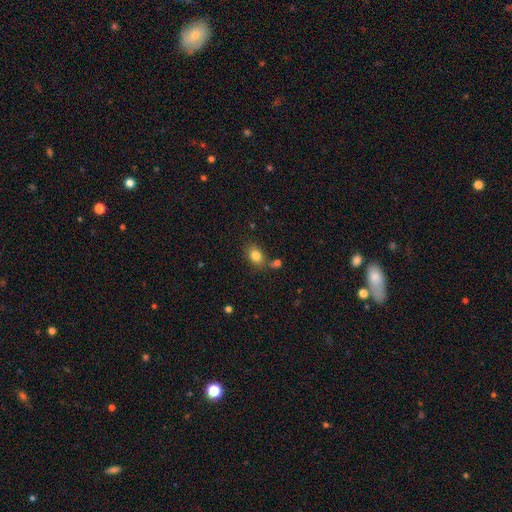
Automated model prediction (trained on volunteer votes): Smooth or featured: smooth — 82% (star or artifact — 10%)
How rounded: in between — 77% (round — 21%)
Merging: none — 69% (minor disturbance — 14%)